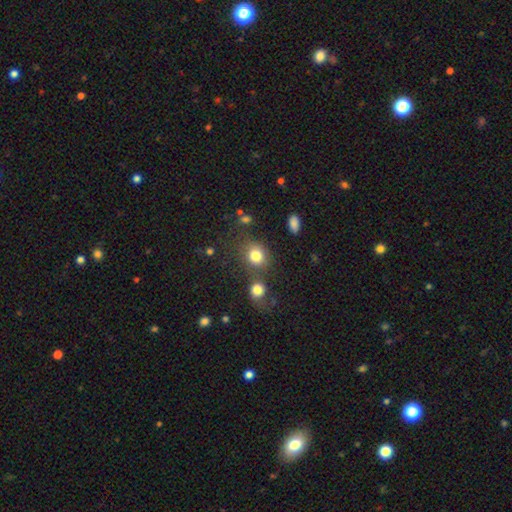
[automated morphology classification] Smooth or featured? Predicted: smooth (p=0.82). How rounded? Predicted: round (p=0.72). Merging? Predicted: none (p=0.59).